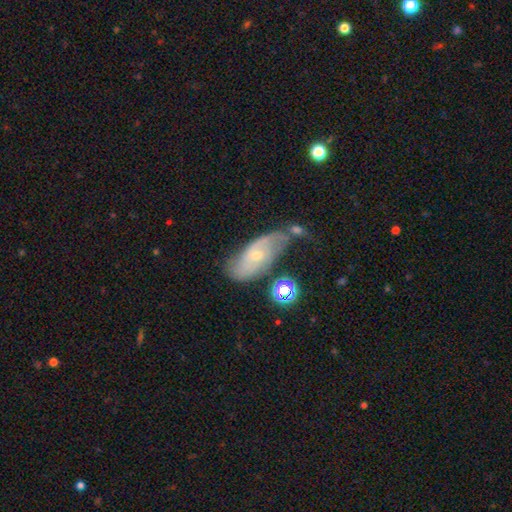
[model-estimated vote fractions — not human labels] A featured or disk galaxy (63%) with no bar (60%), spiral arms (82%) and a small central bulge (67%). Merging: none (39%).